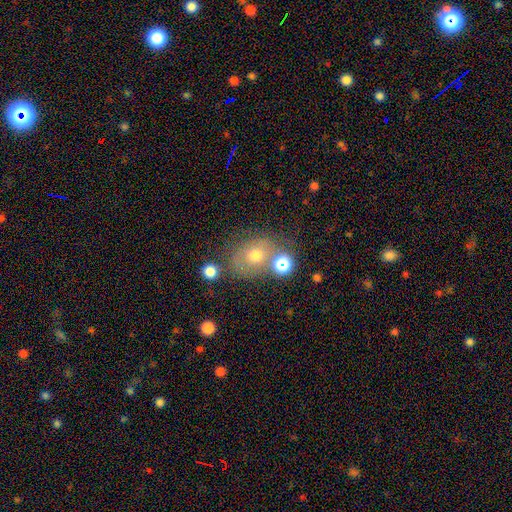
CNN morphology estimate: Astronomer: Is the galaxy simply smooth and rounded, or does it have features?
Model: smooth — 61%.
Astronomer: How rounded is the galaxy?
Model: round — 58% (runner-up: in between, 41%).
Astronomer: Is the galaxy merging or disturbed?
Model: none — 55%.